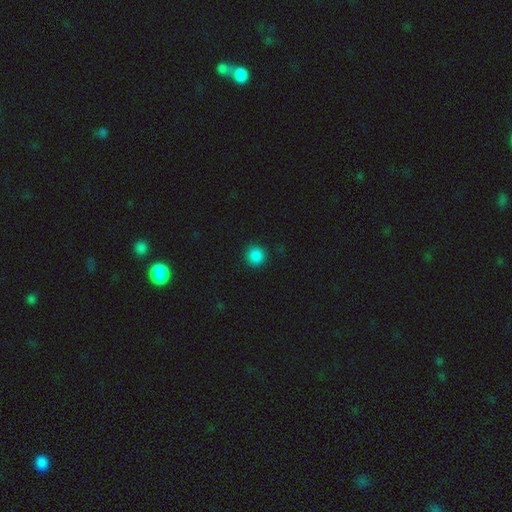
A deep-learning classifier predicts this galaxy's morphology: smooth 87%, star or artifact 11%, featured or disk 2%. Down the decision tree: how rounded — round (94%); merging — none (92%).